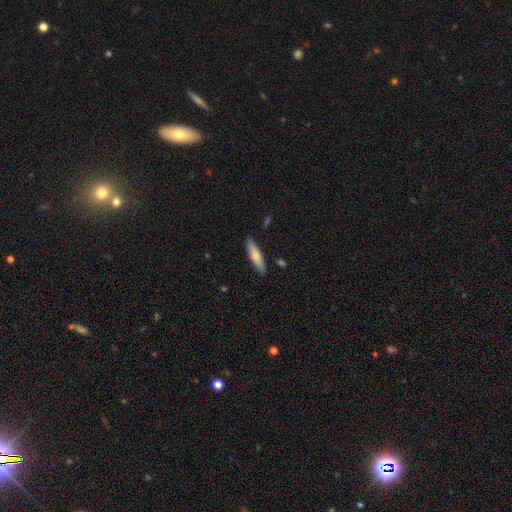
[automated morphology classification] The model was most divided on "smooth or featured": smooth: 72%, featured or disk: 23%, star or artifact: 6%. More confident: merging — none (87%); how rounded — cigar-shaped (76%).